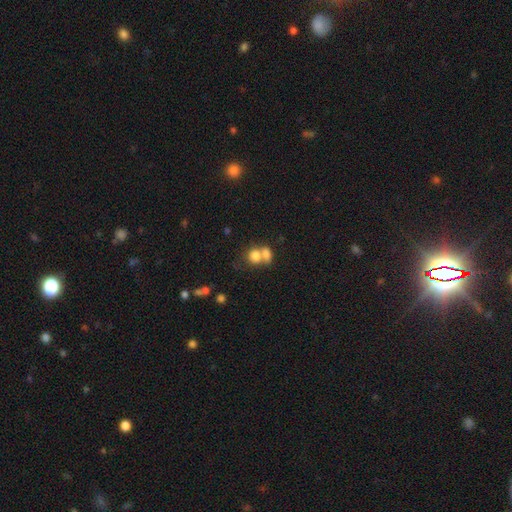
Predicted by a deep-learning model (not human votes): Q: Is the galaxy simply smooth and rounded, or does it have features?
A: smooth — 78%.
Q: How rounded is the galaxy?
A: round — 56%.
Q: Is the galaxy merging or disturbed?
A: merger — 59%.